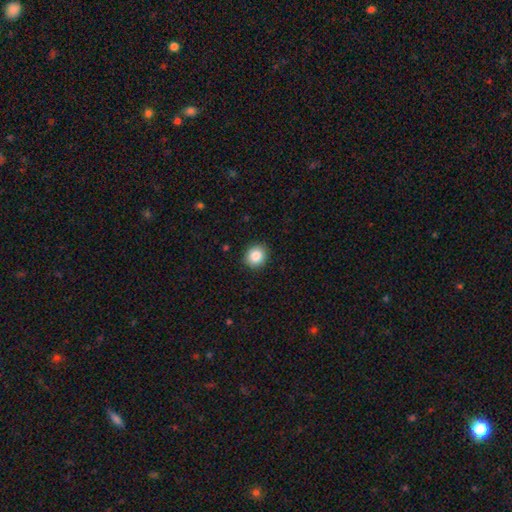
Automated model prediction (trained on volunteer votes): Morphology: type=smooth (86%); roundness=round (80%); merging=none (91%).